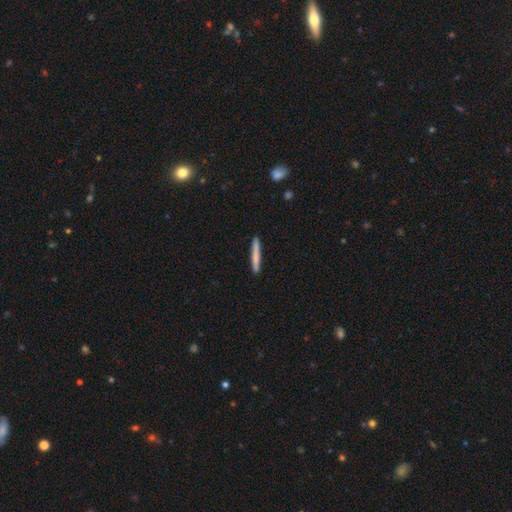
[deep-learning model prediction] This is likely a smooth galaxy (74%). How rounded: clearly cigar-shaped (96%). Merging: clearly none (91%).